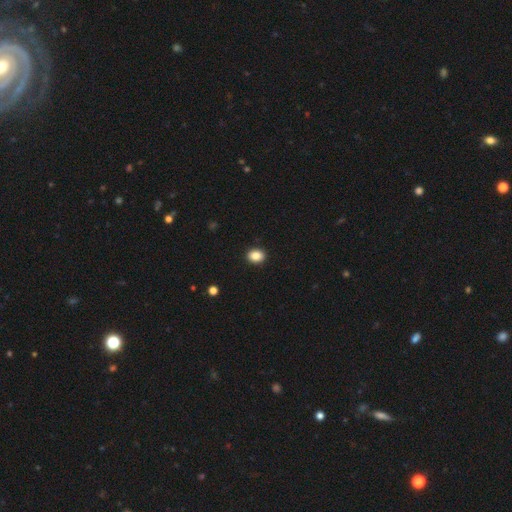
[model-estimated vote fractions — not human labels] Smooth or featured? Predicted: smooth (p=0.86). How rounded? Predicted: in between (p=0.52). Merging? Predicted: none (p=0.91).